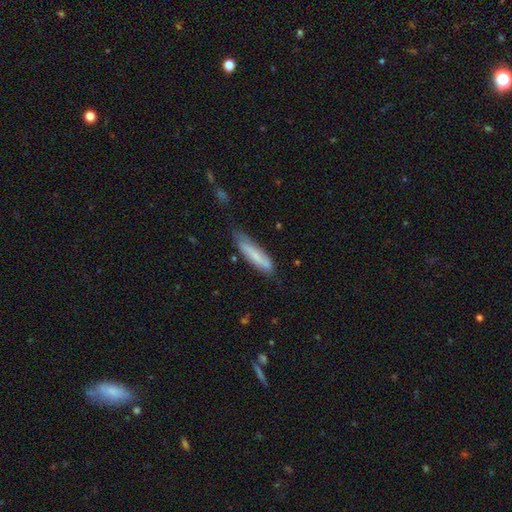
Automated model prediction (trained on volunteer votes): Smooth or featured? smooth (69%)
How rounded? cigar-shaped (80%)
Merging? none (61%)